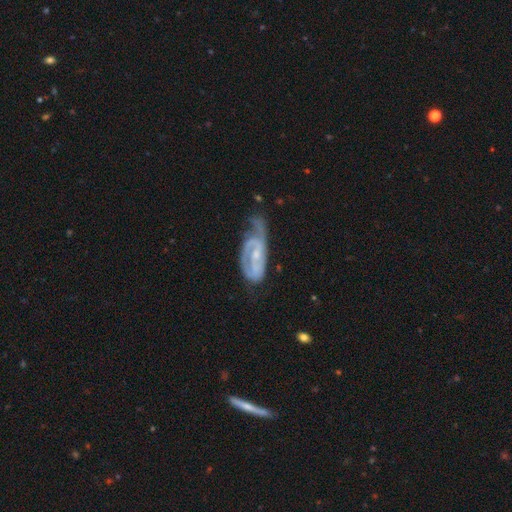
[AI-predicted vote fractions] Smooth or featured?
  - featured or disk: 83% *
  - smooth: 12%
  - star or artifact: 6%
Edge-on disk?
  - no: 94% *
  - yes: 6%
Bar?
  - no: 45% *
  - weak: 40%
  - strong: 15%
Spiral arms?
  - yes: 93% *
  - no: 7%
Spiral winding?
  - tight: 49% *
  - medium: 38%
  - loose: 13%
Spiral arm count?
  - 2: 57% *
  - 1: 20%
  - can't tell: 13%
  - 3: 6%
  - 4: 2%
  - more than 4: 2%
Bulge size?
  - small: 63% *
  - moderate: 29%
  - none: 6%
  - large: 2%
  - dominant: 1%
Merging?
  - none: 41% *
  - minor disturbance: 30%
  - major disturbance: 26%
  - merger: 4%